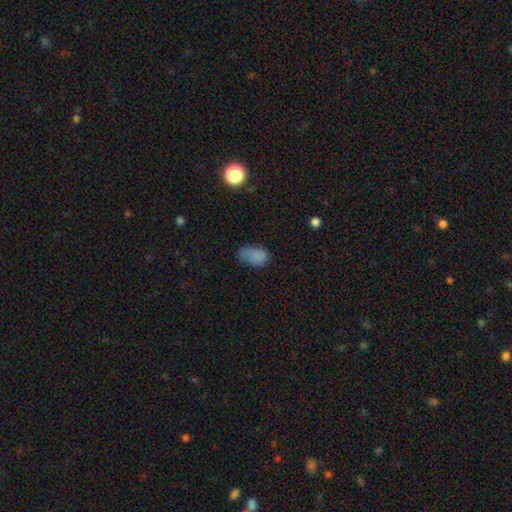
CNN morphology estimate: Smooth or featured?
  - smooth: 77% *
  - star or artifact: 12%
  - featured or disk: 11%
How rounded?
  - in between: 89% *
  - round: 9%
  - cigar-shaped: 2%
Merging?
  - none: 41% *
  - minor disturbance: 35%
  - major disturbance: 20%
  - merger: 3%